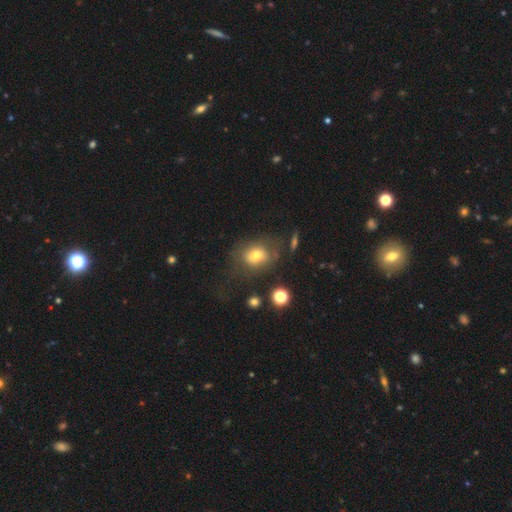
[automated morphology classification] A smooth galaxy with no disk features (68%) that is round (51%). Merging: none (52%).